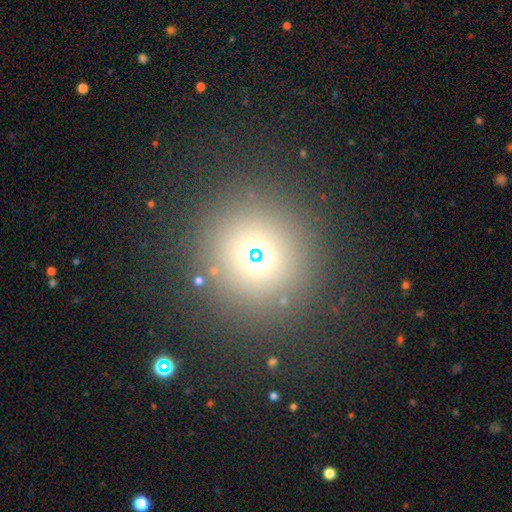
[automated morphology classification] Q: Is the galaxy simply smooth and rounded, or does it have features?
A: smooth — 47%.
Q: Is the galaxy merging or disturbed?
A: none — 86%.